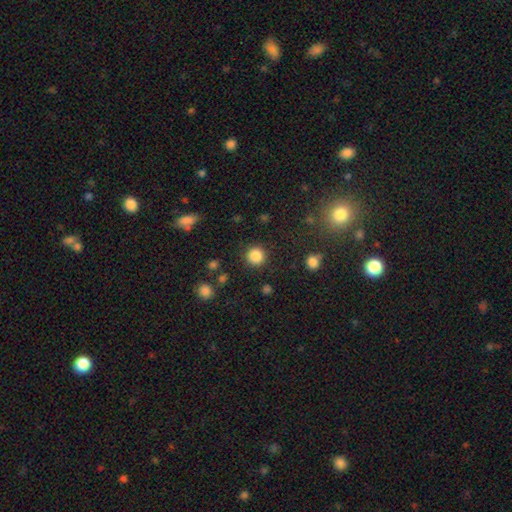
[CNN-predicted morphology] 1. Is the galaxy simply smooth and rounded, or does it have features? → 86% smooth, 11% star or artifact, 4% featured or disk.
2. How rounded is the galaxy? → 94% round, 5% in between, 1% cigar-shaped.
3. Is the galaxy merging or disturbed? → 90% none, 6% minor disturbance, 3% major disturbance, 2% merger.